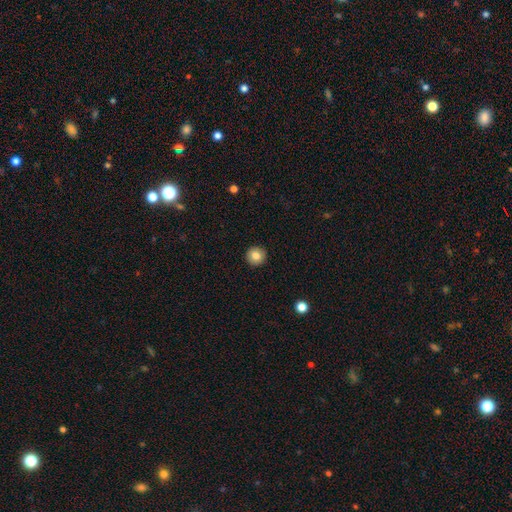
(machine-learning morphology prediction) Overall: smooth (82%). How rounded: round (96%). Merging: none (93%).